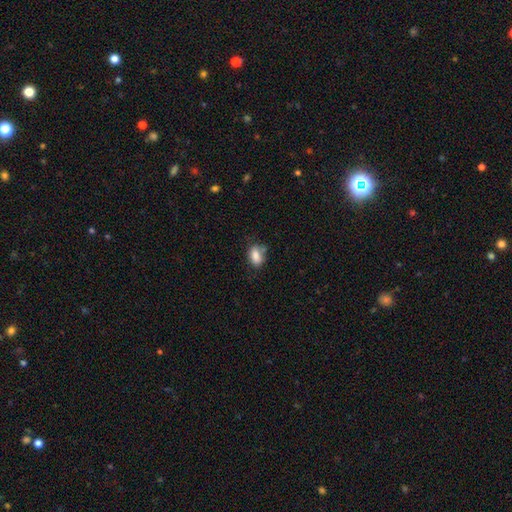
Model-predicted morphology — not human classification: Smooth or featured: smooth — 84% (star or artifact — 9%)
How rounded: in between — 87% (round — 9%)
Merging: none — 60% (minor disturbance — 25%)